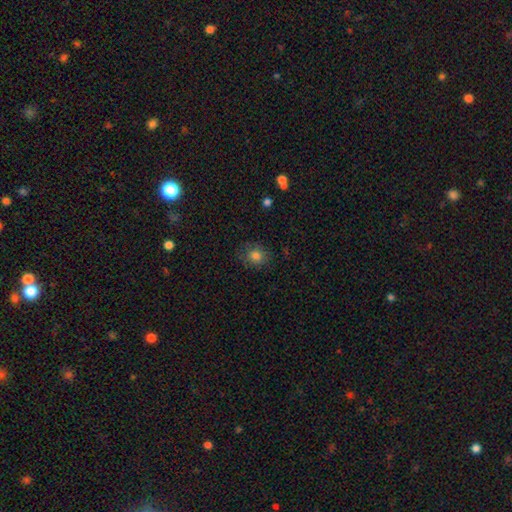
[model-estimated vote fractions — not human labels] Q: Smooth or featured?
A: smooth (81%); runner-up: star or artifact (11%)
Q: How rounded?
A: round (76%); runner-up: in between (24%)
Q: Merging?
A: none (81%); runner-up: minor disturbance (14%)